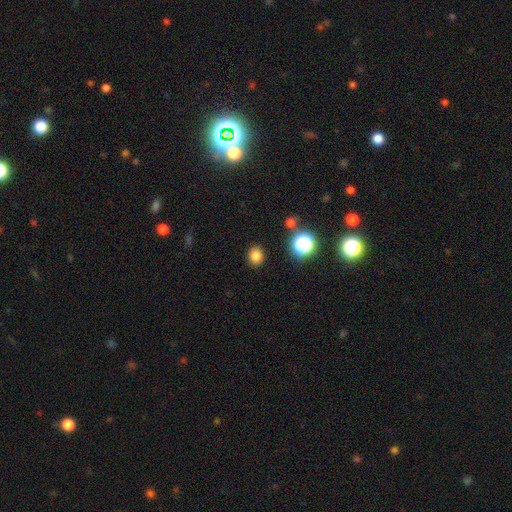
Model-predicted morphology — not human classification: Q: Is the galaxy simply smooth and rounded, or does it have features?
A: smooth — 80%.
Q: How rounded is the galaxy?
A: round — 62%.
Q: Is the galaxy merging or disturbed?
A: none — 88%.